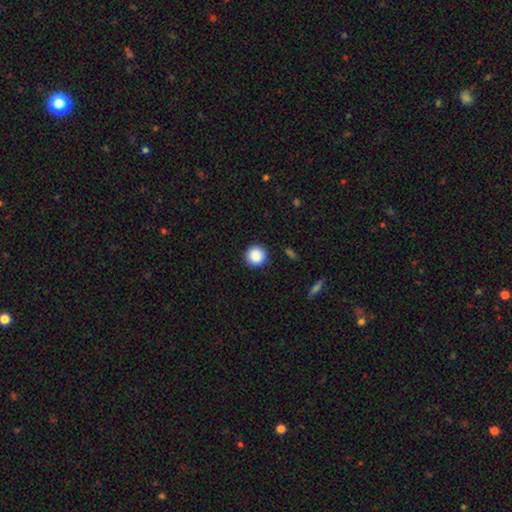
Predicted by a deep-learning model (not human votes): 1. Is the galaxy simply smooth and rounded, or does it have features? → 89% smooth, 8% star or artifact, 3% featured or disk.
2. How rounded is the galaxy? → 95% round, 4% in between, 1% cigar-shaped.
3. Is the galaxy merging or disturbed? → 90% none, 6% minor disturbance, 2% major disturbance, 1% merger.